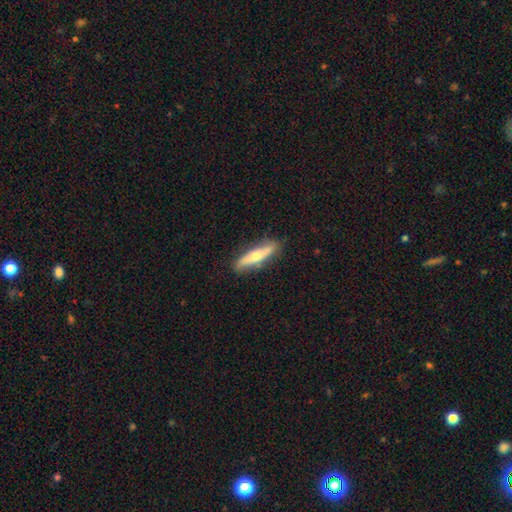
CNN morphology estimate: Smooth or featured?
  - smooth: 48% *
  - featured or disk: 46%
  - star or artifact: 5%
Merging?
  - none: 84% *
  - minor disturbance: 12%
  - major disturbance: 2%
  - merger: 1%